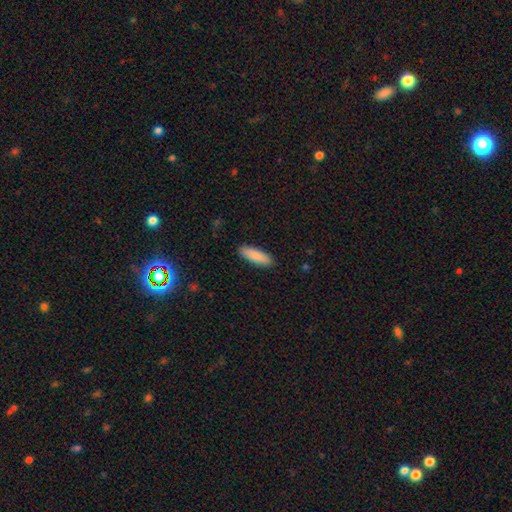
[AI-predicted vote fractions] smooth-or-featured: smooth: 87% | featured or disk: 7% | star or artifact: 6%
  how-rounded: in between: 50% | cigar-shaped: 48% | round: 2%
  merging: none: 89% | minor disturbance: 8% | major disturbance: 2% | merger: 1%